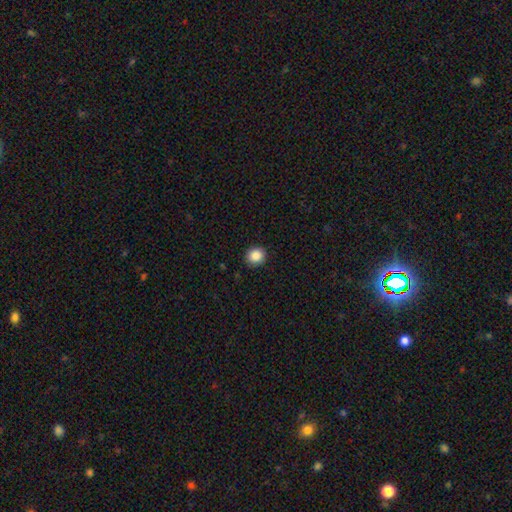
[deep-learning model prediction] The model was most divided on "how rounded": round: 83%, in between: 16%, cigar-shaped: 1%. More confident: merging — none (91%); smooth or featured — smooth (88%).